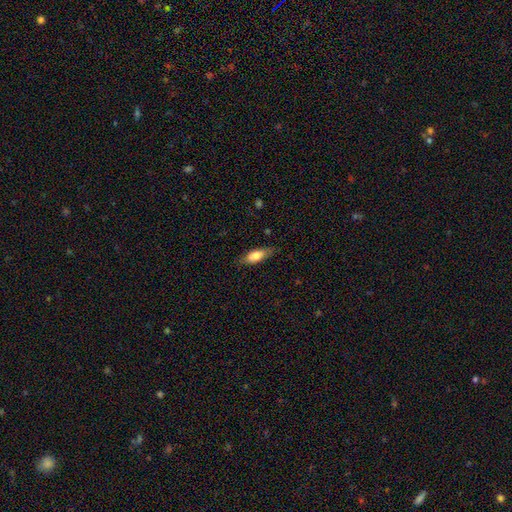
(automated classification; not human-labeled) smooth_or_featured: smooth (p=0.73) [alt: featured or disk p=0.20]
how_rounded: in between (p=0.67) [alt: cigar-shaped p=0.31]
merging: none (p=0.76) [alt: minor disturbance p=0.18]